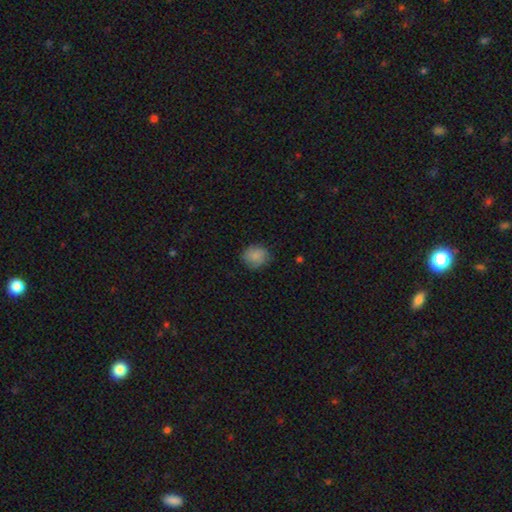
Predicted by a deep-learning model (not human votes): This is clearly a smooth galaxy (82%). How rounded: likely round (78%). Merging: likely none (79%).